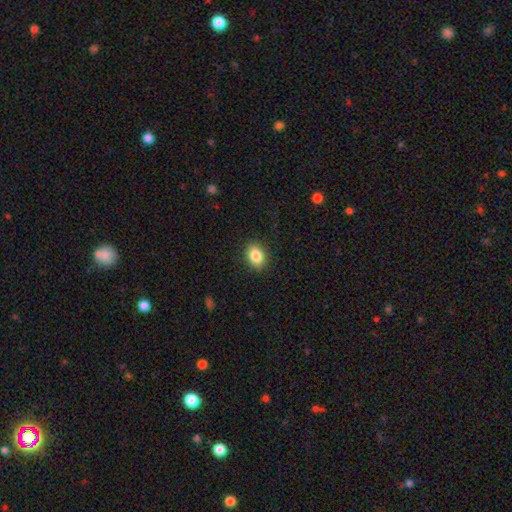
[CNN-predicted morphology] This appears to be a smooth galaxy with no disk features (85%) that is in between round and cigar-shaped (72%). Merging: none (89%).